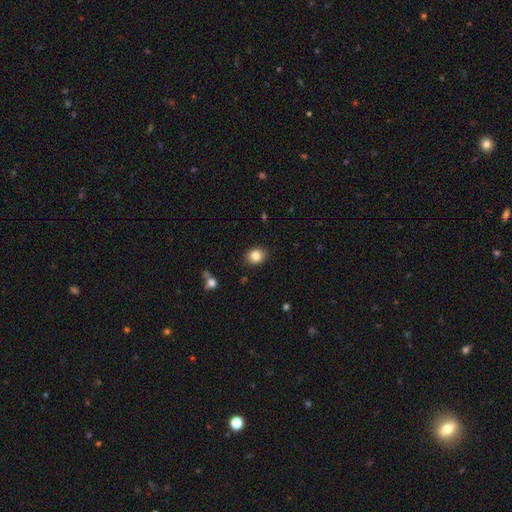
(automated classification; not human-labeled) Overall: smooth (85%). How rounded: round (65%; in between 34%). Merging: none (88%).